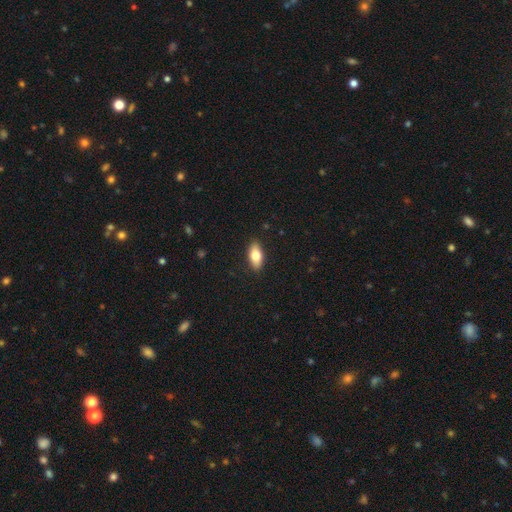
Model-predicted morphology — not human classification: The model was most divided on "smooth or featured": smooth: 79%, featured or disk: 15%, star or artifact: 7%. More confident: merging — none (89%); how rounded — in between (88%).